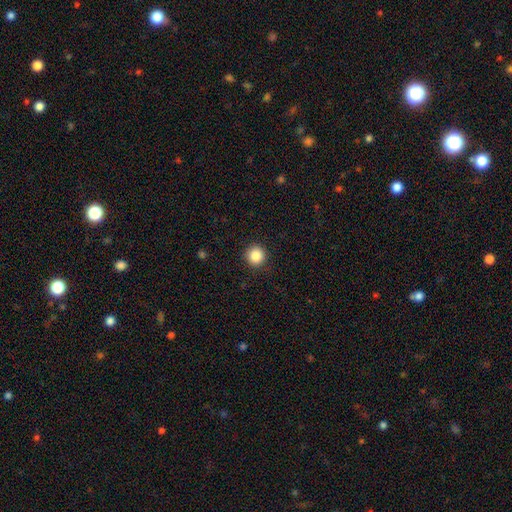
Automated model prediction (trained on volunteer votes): Smooth or featured: smooth — 87% (star or artifact — 10%)
How rounded: round — 95% (in between — 4%)
Merging: none — 92% (minor disturbance — 5%)